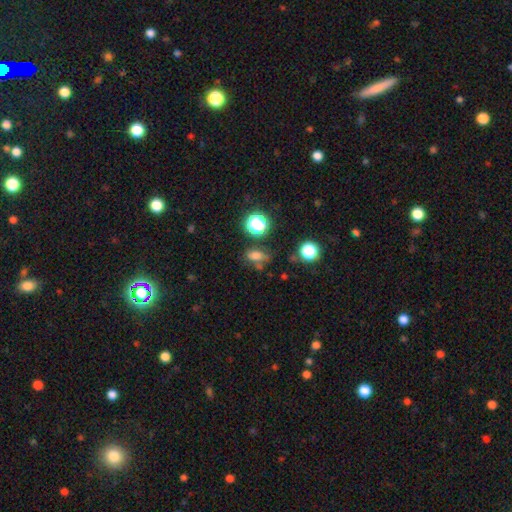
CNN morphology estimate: type=smooth (65%); roundness=in between (68%); merging=none (57%).